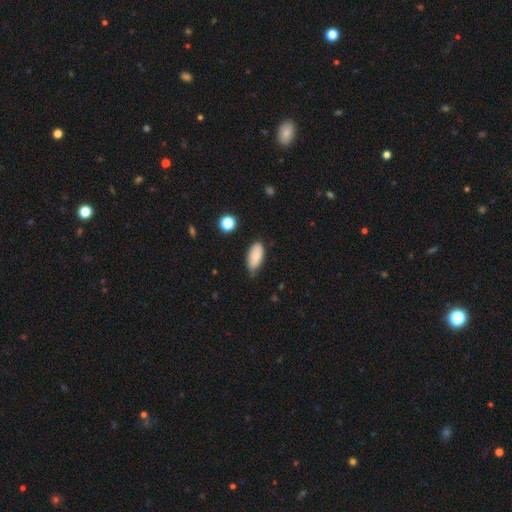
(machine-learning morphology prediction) This is clearly a smooth galaxy (83%). How rounded: clearly in between (90%). Merging: likely none (63%).